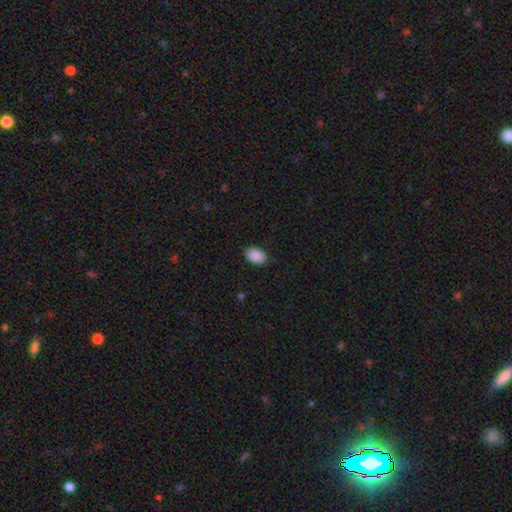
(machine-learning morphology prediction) A smooth galaxy with no disk features (90%) that is in between round and cigar-shaped (87%).

Vote fractions:
- Smooth or featured? smooth: 90% / star or artifact: 7% / featured or disk: 3%
- How rounded? in between: 87% / round: 11% / cigar-shaped: 1%
- Merging? none: 87% / minor disturbance: 10% / major disturbance: 2% / merger: 1%